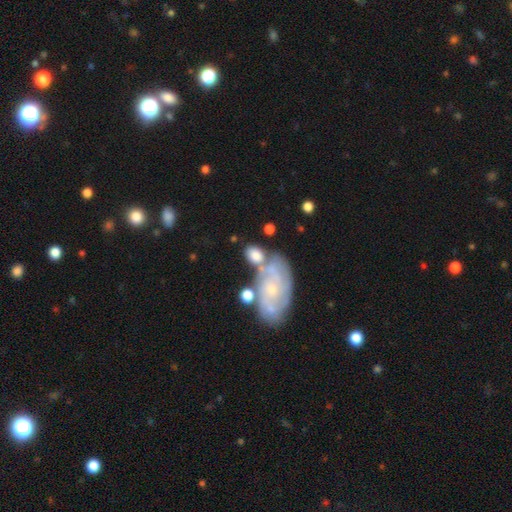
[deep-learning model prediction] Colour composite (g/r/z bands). It shows a smooth galaxy with no disk features (59%) that is in between round and cigar-shaped (66%). Merging: none (42%).